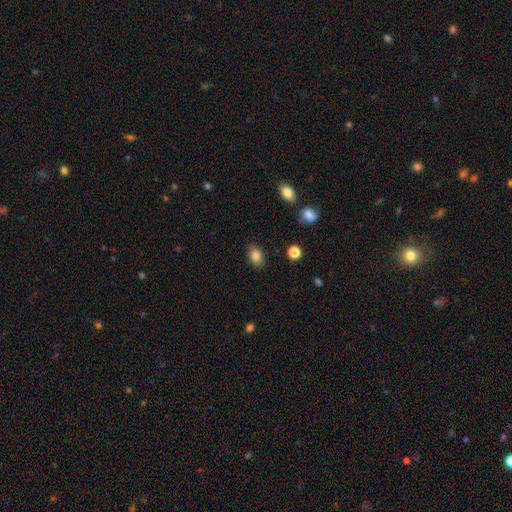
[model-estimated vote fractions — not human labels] Overall: smooth (84%). How rounded: in between (81%). Merging: none (85%).